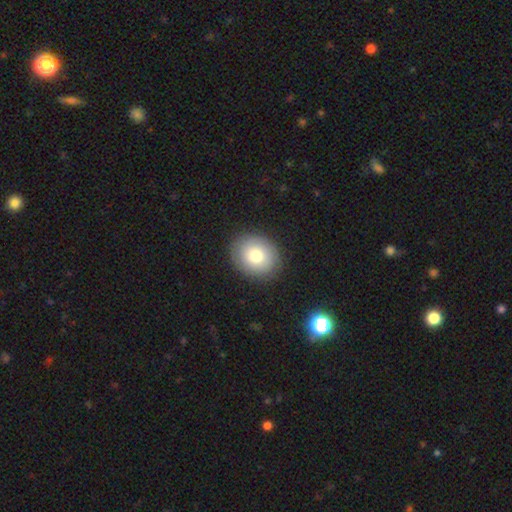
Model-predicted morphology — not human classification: Smooth or featured?
  - smooth: 80% *
  - featured or disk: 12%
  - star or artifact: 8%
How rounded?
  - round: 60% *
  - in between: 39%
  - cigar-shaped: 1%
Merging?
  - none: 88% *
  - minor disturbance: 8%
  - major disturbance: 3%
  - merger: 1%